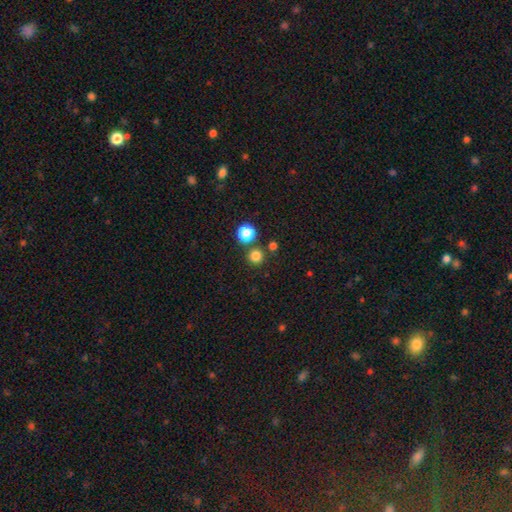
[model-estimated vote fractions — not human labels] A smooth galaxy with no disk features (80%) that is round (94%).

Vote fractions:
- Smooth or featured? smooth: 80% / star or artifact: 16% / featured or disk: 5%
- How rounded? round: 94% / in between: 5% / cigar-shaped: 1%
- Merging? none: 79% / merger: 12% / minor disturbance: 6% / major disturbance: 3%